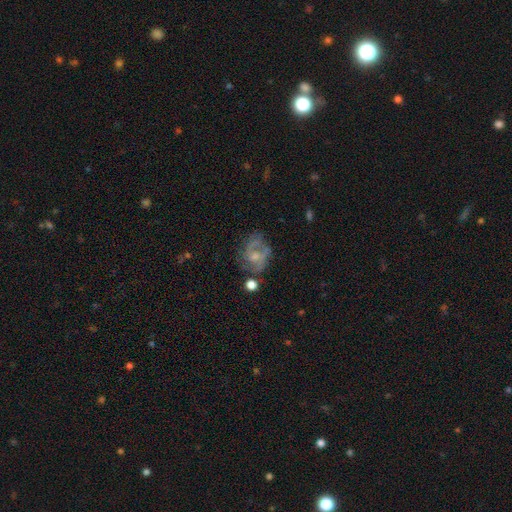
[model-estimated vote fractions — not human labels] smooth_or_featured: featured or disk (p=0.68) [alt: smooth p=0.23]
disk_edge_on: no (p=0.97) [alt: yes p=0.03]
bar: no (p=0.62) [alt: weak p=0.32]
has_spiral_arms: yes (p=0.76) [alt: no p=0.24]
spiral_winding: medium (p=0.47) [alt: tight p=0.29]
spiral_arm_count: 2 (p=0.53) [alt: can't tell p=0.25]
bulge_size: small (p=0.51) [alt: moderate p=0.38]
merging: none (p=0.51) [alt: minor disturbance p=0.23]